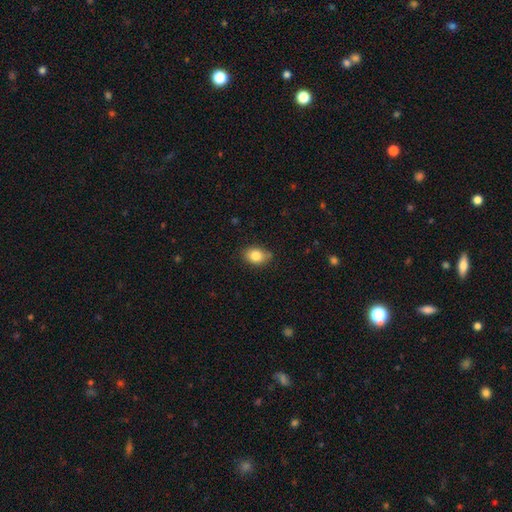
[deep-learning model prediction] smooth_or_featured: smooth (p=0.83) [alt: star or artifact p=0.09]
how_rounded: in between (p=0.72) [alt: round p=0.27]
merging: none (p=0.75) [alt: minor disturbance p=0.20]